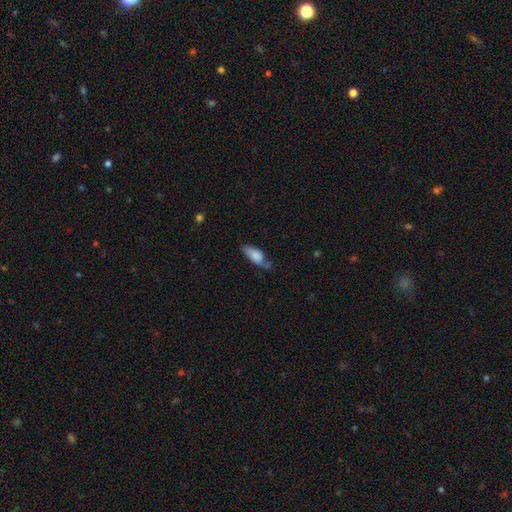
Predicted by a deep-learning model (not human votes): The model was most divided on "merging": none: 46%, minor disturbance: 36%, major disturbance: 13%, merger: 5%. More confident: how rounded — in between (78%); smooth or featured — smooth (76%).